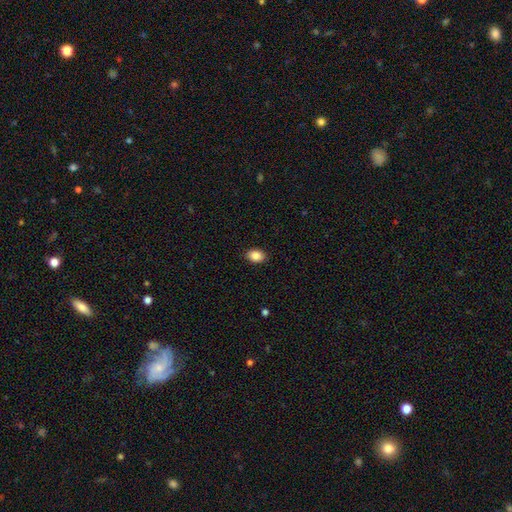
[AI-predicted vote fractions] smooth-or-featured: smooth: 87% | star or artifact: 8% | featured or disk: 5%
  how-rounded: in between: 74% | round: 25% | cigar-shaped: 1%
  merging: none: 89% | minor disturbance: 8% | major disturbance: 2% | merger: 1%